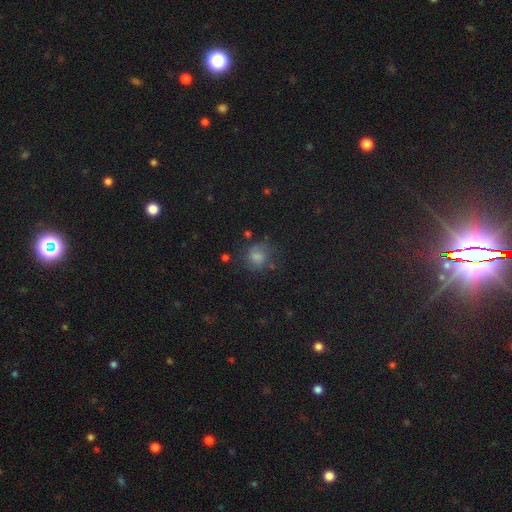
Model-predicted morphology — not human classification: Smooth or featured?
  - smooth: 57% *
  - star or artifact: 27%
  - featured or disk: 16%
How rounded?
  - round: 79% *
  - in between: 20%
  - cigar-shaped: 1%
Merging?
  - none: 69% *
  - minor disturbance: 19%
  - major disturbance: 9%
  - merger: 3%